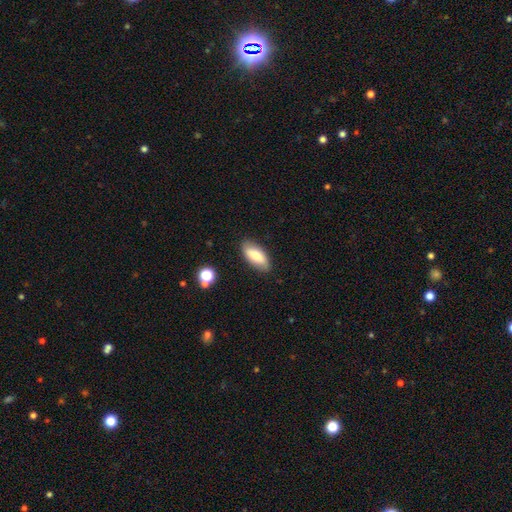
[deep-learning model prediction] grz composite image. It shows a smooth galaxy with no disk features (75%) that is in between round and cigar-shaped (88%). Merging: none (84%).